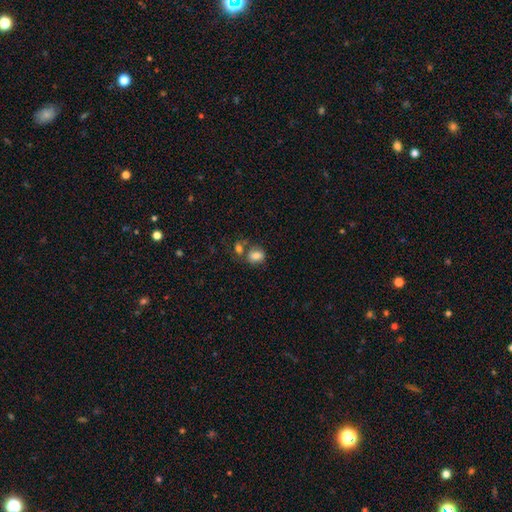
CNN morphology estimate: The model was most divided on "merging": none: 46%, merger: 34%, minor disturbance: 14%, major disturbance: 6%. More confident: smooth or featured — smooth (79%); how rounded — in between (59%).